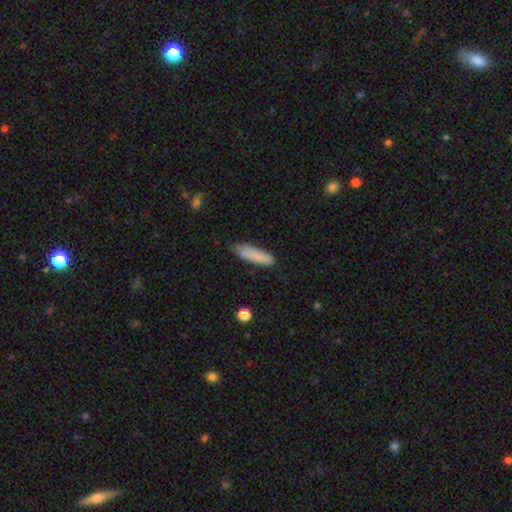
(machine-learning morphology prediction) Smooth or featured?
  - smooth: 81% *
  - featured or disk: 12%
  - star or artifact: 6%
How rounded?
  - cigar-shaped: 70% *
  - in between: 29%
  - round: 2%
Merging?
  - none: 71% *
  - minor disturbance: 23%
  - major disturbance: 4%
  - merger: 2%